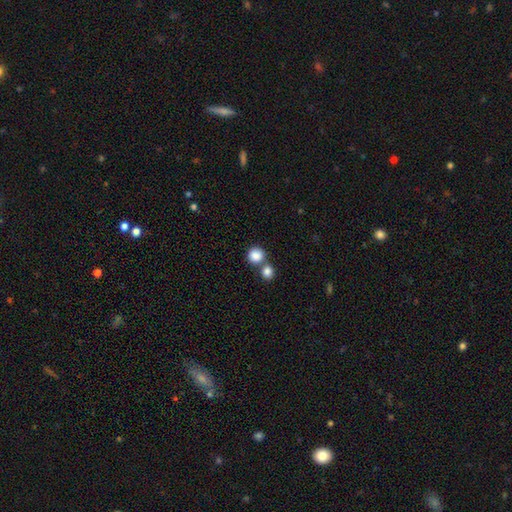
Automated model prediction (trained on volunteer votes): Smooth or featured?
  - smooth: 86% *
  - star or artifact: 9%
  - featured or disk: 5%
How rounded?
  - round: 88% *
  - in between: 11%
  - cigar-shaped: 1%
Merging?
  - none: 56% *
  - merger: 33%
  - minor disturbance: 7%
  - major disturbance: 3%